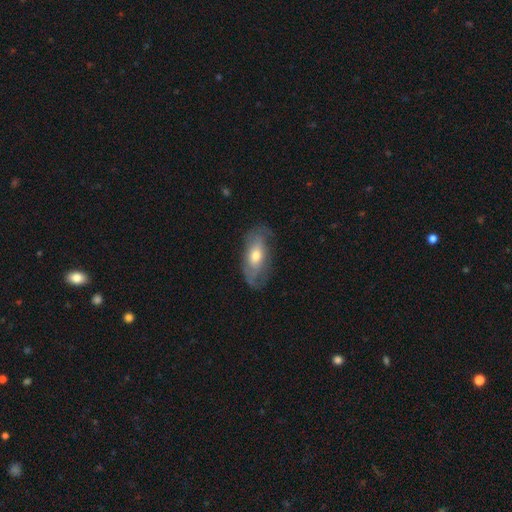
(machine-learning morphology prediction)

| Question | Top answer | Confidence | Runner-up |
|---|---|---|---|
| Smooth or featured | smooth | 51% | featured or disk (43%) |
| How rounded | in between | 81% | cigar-shaped (15%) |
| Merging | none | 62% | minor disturbance (25%) |